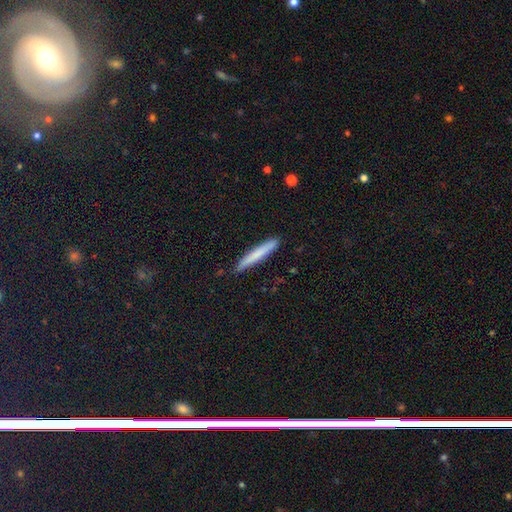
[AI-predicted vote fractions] A smooth galaxy with no disk features (73%) that is cigar-shaped (96%). Merging: none (91%).